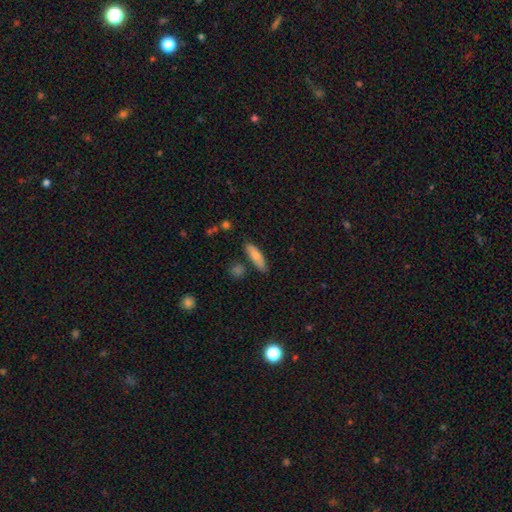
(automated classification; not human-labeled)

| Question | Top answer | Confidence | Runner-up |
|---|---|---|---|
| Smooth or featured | smooth | 77% | featured or disk (17%) |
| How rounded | cigar-shaped | 57% | in between (40%) |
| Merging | none | 77% | minor disturbance (15%) |